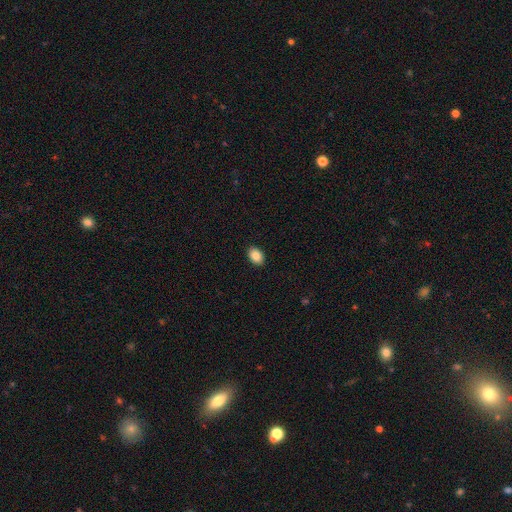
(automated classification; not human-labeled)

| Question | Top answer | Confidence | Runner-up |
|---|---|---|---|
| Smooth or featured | smooth | 88% | star or artifact (8%) |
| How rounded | in between | 80% | round (19%) |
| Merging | none | 91% | minor disturbance (7%) |